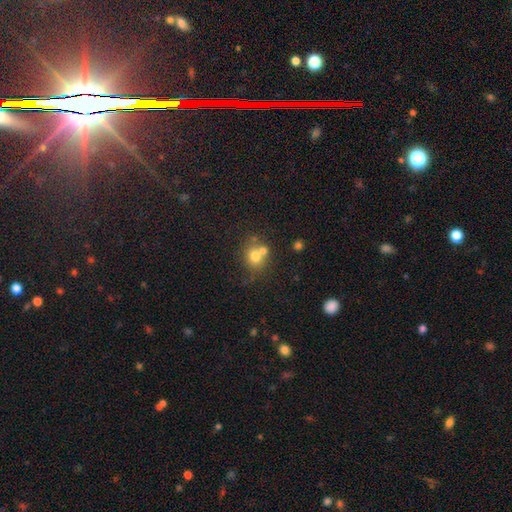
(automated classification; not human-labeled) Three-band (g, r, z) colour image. It shows a smooth galaxy with no disk features (70%) that is round (75%). Merging: none (47%).